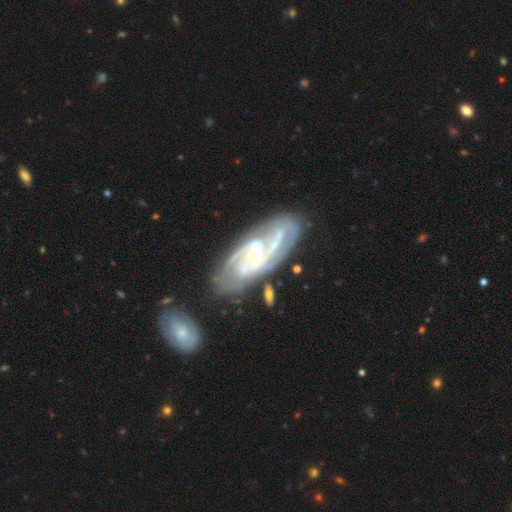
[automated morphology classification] A featured or disk galaxy (87%) with no bar (54%), 2 (47%) tight (46%) spiral arms (95%) and a small central bulge (72%). Merging: none (61%).